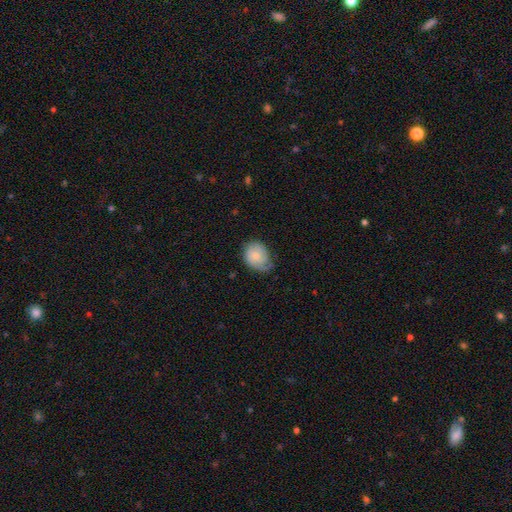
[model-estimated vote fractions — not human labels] A smooth galaxy with no disk features (61%) that is in between round and cigar-shaped (56%). Merging: none (50%).